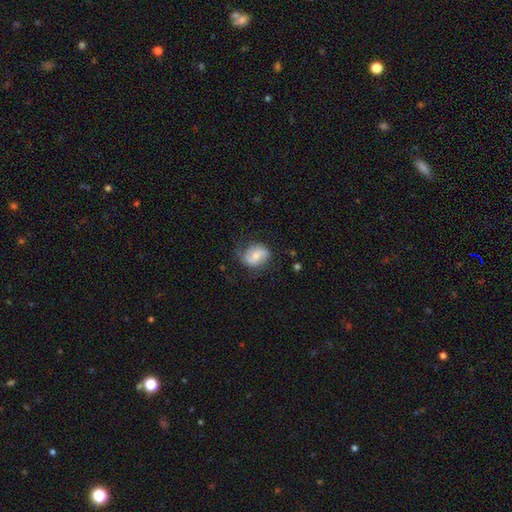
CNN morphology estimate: Smooth or featured: featured or disk — 54% (smooth — 39%)
Edge-on disk: no — 97% (yes — 3%)
Bar: weak — 46% (no — 38%)
Spiral arms: yes — 84% (no — 16%)
Bulge size: moderate — 53% (small — 36%)
Merging: none — 65% (minor disturbance — 24%)